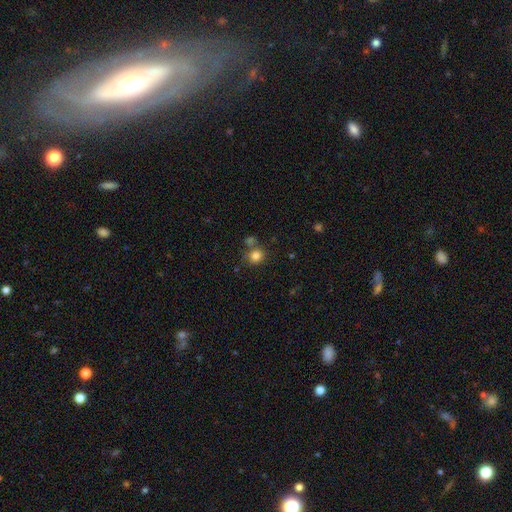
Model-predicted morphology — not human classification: smooth_or_featured: smooth (p=0.82) [alt: star or artifact p=0.12]
how_rounded: round (p=0.84) [alt: in between p=0.15]
merging: none (p=0.66) [alt: merger p=0.18]